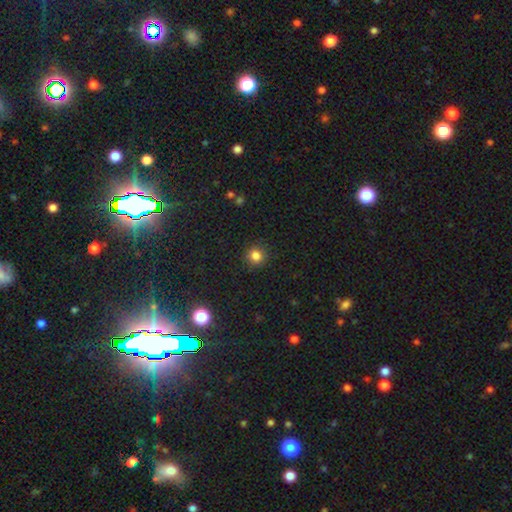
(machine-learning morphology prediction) A smooth galaxy with no disk features (82%) that is round (90%).

Vote fractions:
- Smooth or featured? smooth: 82% / star or artifact: 13% / featured or disk: 5%
- How rounded? round: 90% / in between: 9% / cigar-shaped: 1%
- Merging? none: 90% / minor disturbance: 7% / major disturbance: 2% / merger: 1%